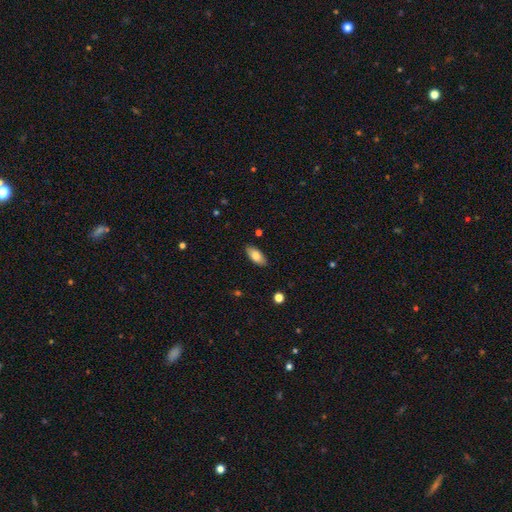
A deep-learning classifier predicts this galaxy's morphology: This appears to be a smooth galaxy with no disk features (78%) that is in between round and cigar-shaped (88%). Merging: none (87%).